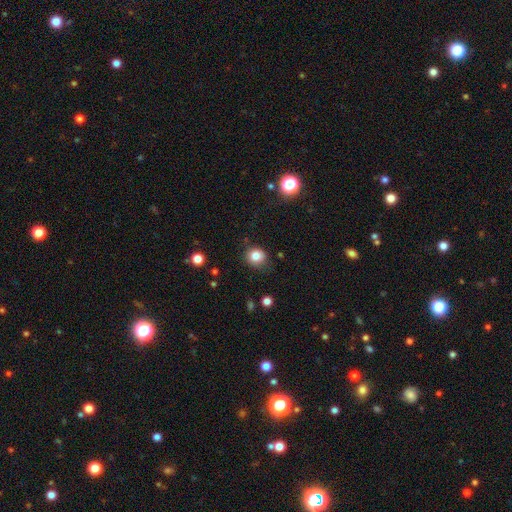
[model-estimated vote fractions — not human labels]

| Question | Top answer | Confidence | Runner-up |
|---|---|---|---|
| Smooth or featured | smooth | 81% | star or artifact (12%) |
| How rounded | round | 83% | in between (16%) |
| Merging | none | 83% | minor disturbance (13%) |